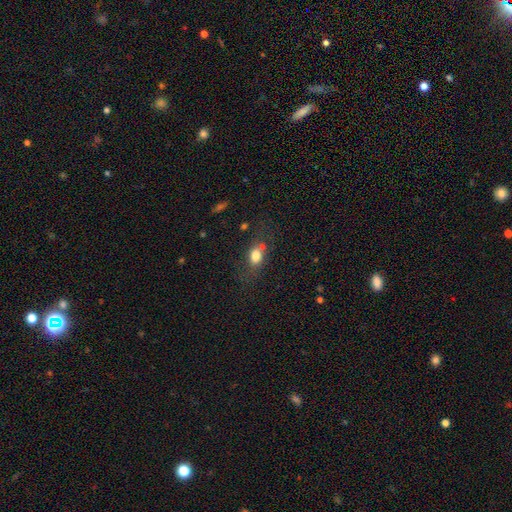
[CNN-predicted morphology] A smooth galaxy with no disk features (77%) that is in between round and cigar-shaped (66%).

Vote fractions:
- Smooth or featured? smooth: 77% / featured or disk: 12% / star or artifact: 11%
- How rounded? in between: 66% / round: 30% / cigar-shaped: 3%
- Merging? none: 56% / minor disturbance: 19% / merger: 16% / major disturbance: 10%